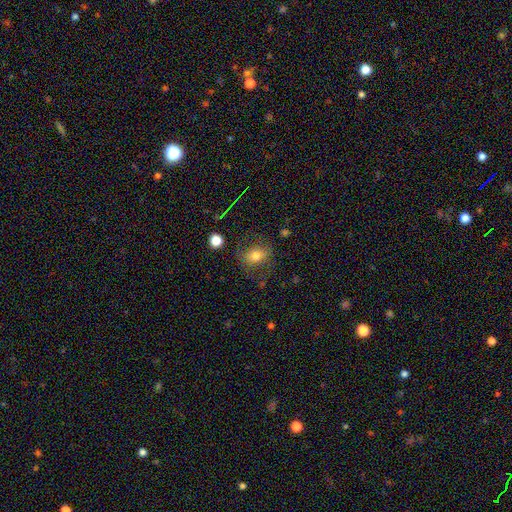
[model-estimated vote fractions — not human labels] smooth_or_featured: smooth (p=0.62) [alt: featured or disk p=0.24]
how_rounded: in between (p=0.50) [alt: round p=0.48]
merging: none (p=0.69) [alt: minor disturbance p=0.18]